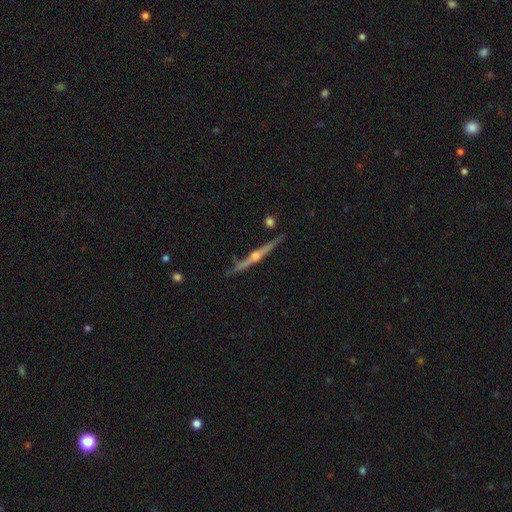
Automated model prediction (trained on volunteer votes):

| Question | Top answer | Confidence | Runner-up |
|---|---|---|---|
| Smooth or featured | featured or disk | 81% | smooth (12%) |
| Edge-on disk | yes | 97% | no (3%) |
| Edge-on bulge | rounded | 85% | none (10%) |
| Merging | none | 85% | minor disturbance (10%) |